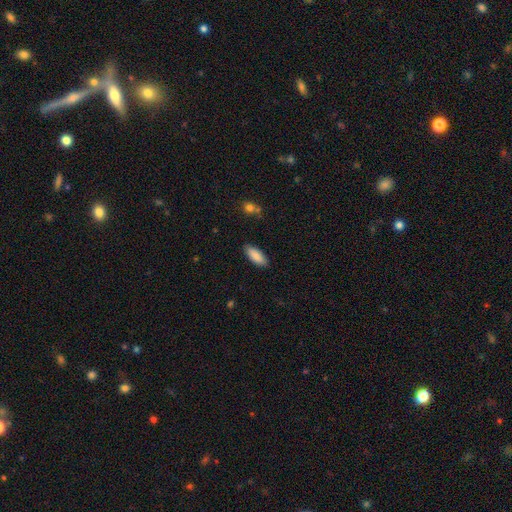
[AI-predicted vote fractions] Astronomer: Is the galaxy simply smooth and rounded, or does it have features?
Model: smooth — 88%.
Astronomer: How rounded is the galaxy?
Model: in between — 80%.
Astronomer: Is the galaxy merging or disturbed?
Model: none — 86%.